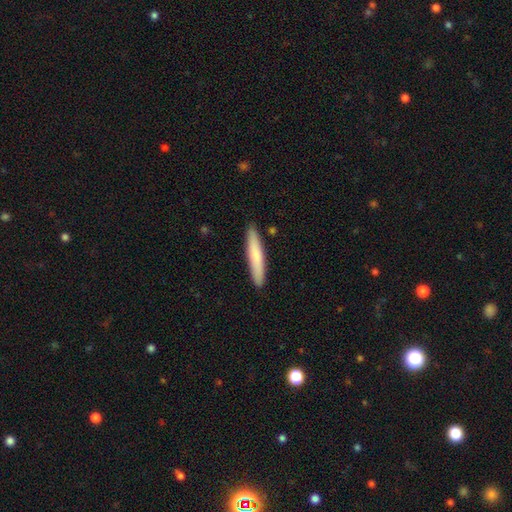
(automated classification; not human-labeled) smooth_or_featured: smooth (p=0.73) [alt: featured or disk p=0.21]
how_rounded: cigar-shaped (p=0.93) [alt: in between p=0.06]
merging: none (p=0.90) [alt: minor disturbance p=0.08]